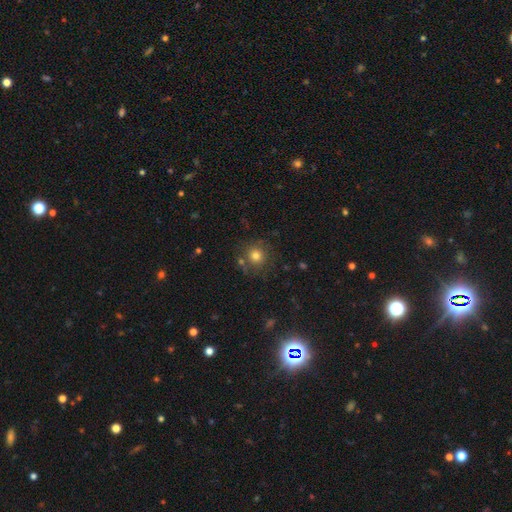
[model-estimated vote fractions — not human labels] Q: Smooth or featured?
A: smooth (77%); runner-up: star or artifact (14%)
Q: How rounded?
A: round (92%); runner-up: in between (7%)
Q: Merging?
A: none (78%); runner-up: minor disturbance (11%)